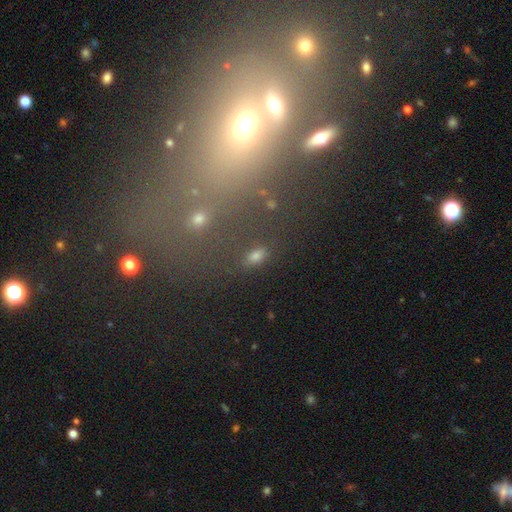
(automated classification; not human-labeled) The model was most divided on "smooth or featured": smooth: 43%, star or artifact: 40%, featured or disk: 17%. More confident: merging — none (61%).